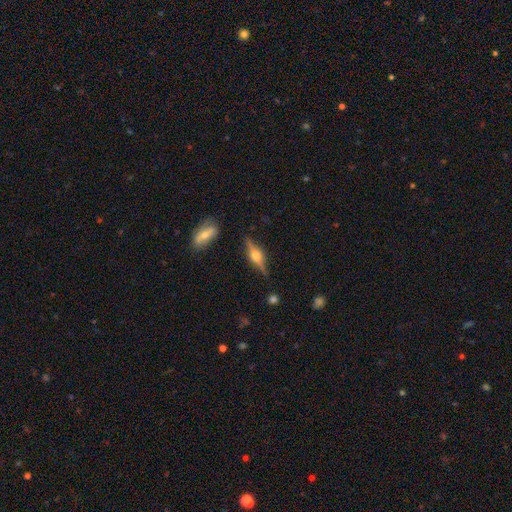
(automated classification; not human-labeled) Smooth or featured?
  - featured or disk: 77% *
  - smooth: 16%
  - star or artifact: 7%
Edge-on disk?
  - yes: 97% *
  - no: 3%
Edge-on bulge?
  - rounded: 93% *
  - boxy: 5%
  - none: 1%
Merging?
  - none: 85% *
  - minor disturbance: 10%
  - major disturbance: 3%
  - merger: 2%